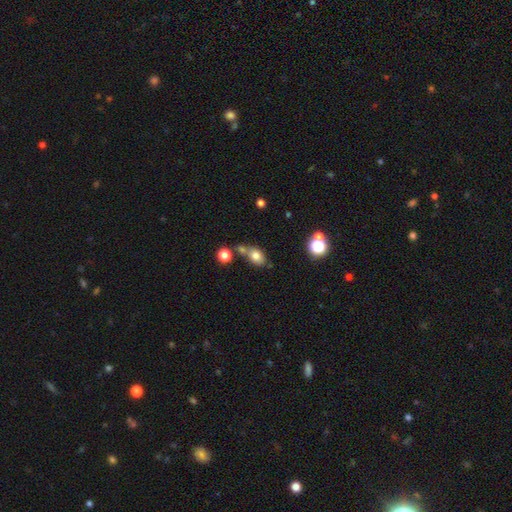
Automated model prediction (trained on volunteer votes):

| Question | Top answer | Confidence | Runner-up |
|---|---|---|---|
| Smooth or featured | smooth | 77% | star or artifact (12%) |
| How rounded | in between | 68% | round (31%) |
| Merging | none | 51% | merger (27%) |